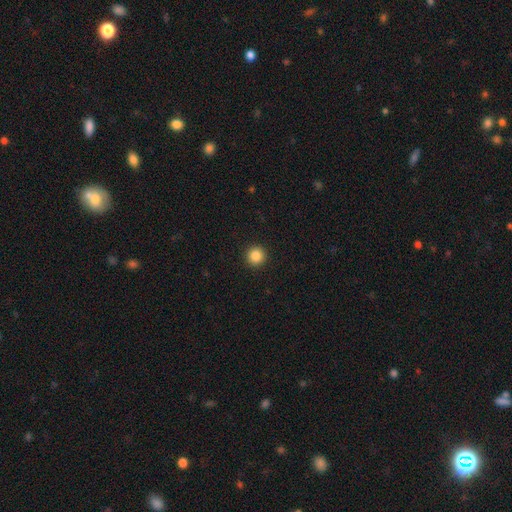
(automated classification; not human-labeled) Smooth or featured? smooth (86%)
How rounded? round (96%)
Merging? none (93%)